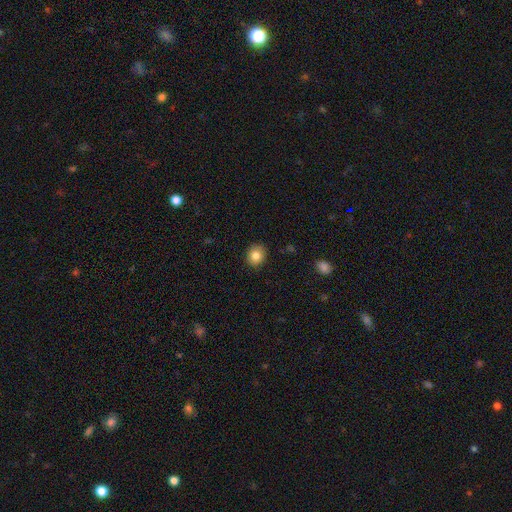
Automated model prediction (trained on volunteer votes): Overall: smooth (84%). How rounded: round (72%). Merging: none (88%).